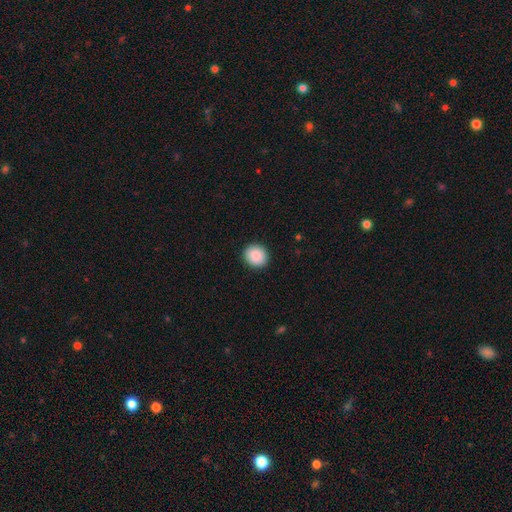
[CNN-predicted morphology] type=smooth (89%); roundness=round (84%); merging=none (91%).